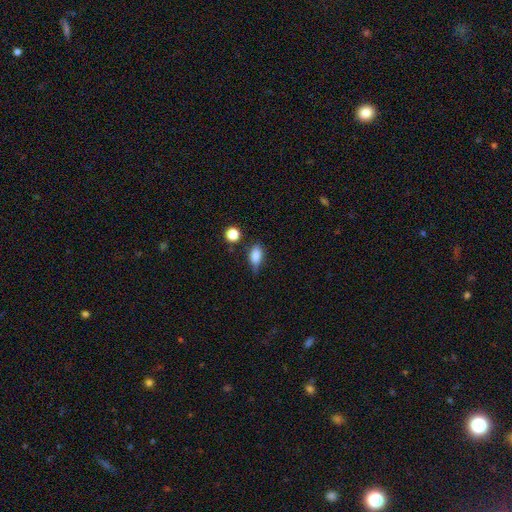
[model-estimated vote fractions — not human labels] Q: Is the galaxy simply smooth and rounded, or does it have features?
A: smooth — 81%.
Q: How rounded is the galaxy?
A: in between — 83%.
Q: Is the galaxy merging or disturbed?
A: none — 53%.